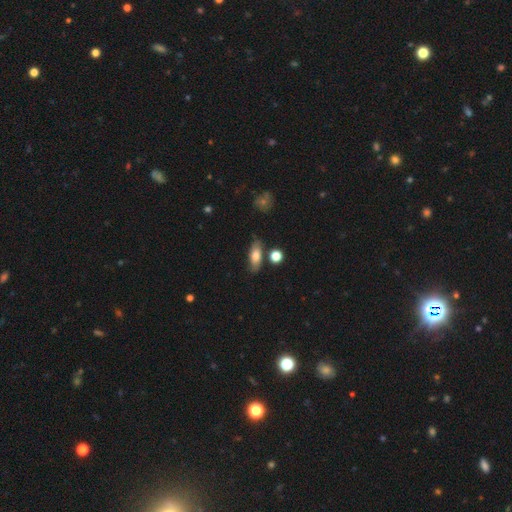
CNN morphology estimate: The model was most divided on "how rounded": in between: 73%, cigar-shaped: 22%, round: 5%. More confident: merging — none (76%); smooth or featured — smooth (73%).